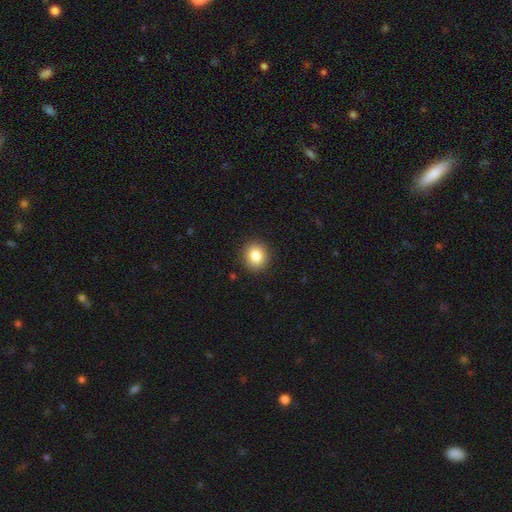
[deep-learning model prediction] A smooth galaxy with no disk features (84%) that is round (83%).

Vote fractions:
- Smooth or featured? smooth: 84% / star or artifact: 9% / featured or disk: 6%
- How rounded? round: 83% / in between: 16% / cigar-shaped: 1%
- Merging? none: 91% / minor disturbance: 6% / major disturbance: 2% / merger: 1%